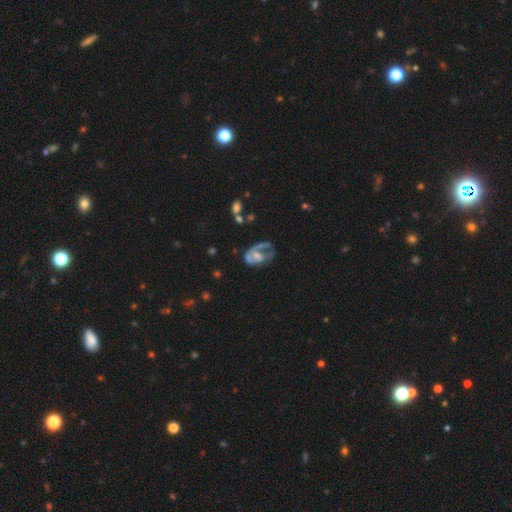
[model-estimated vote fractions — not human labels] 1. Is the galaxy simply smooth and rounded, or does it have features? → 63% featured or disk, 29% smooth, 8% star or artifact.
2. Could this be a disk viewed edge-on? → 97% no, 3% yes.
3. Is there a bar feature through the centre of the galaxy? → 73% no, 22% weak, 5% strong.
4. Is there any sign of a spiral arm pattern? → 54% yes, 46% no.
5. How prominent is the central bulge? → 38% moderate, 35% small, 20% none, 6% large, 2% dominant.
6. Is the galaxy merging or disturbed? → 45% major disturbance, 27% none, 22% minor disturbance, 6% merger.